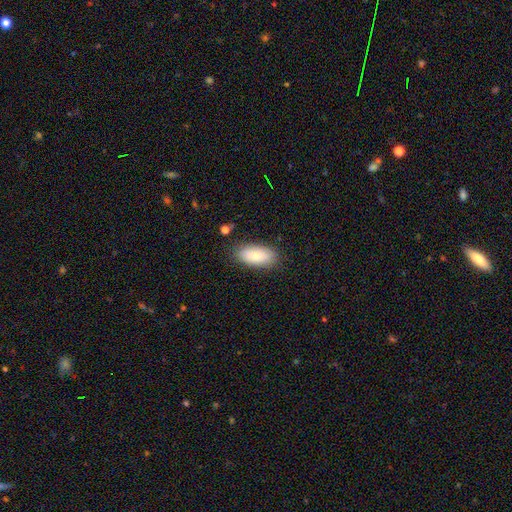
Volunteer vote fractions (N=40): Overall: smooth (75%). How rounded: in between (90%). Merging: none (76%).